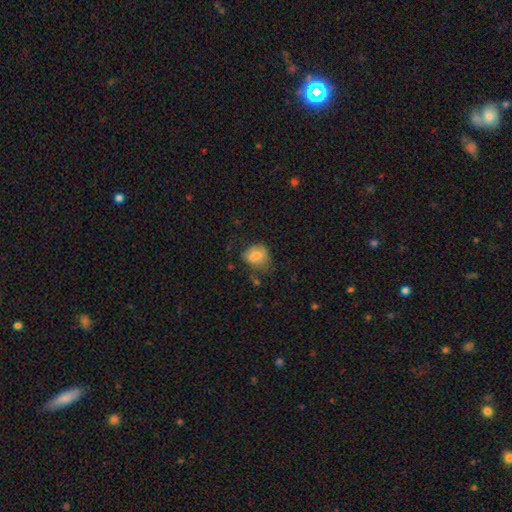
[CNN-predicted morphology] This is likely a smooth galaxy (70%). How rounded: possibly round (51%). Merging: possibly none (46%).